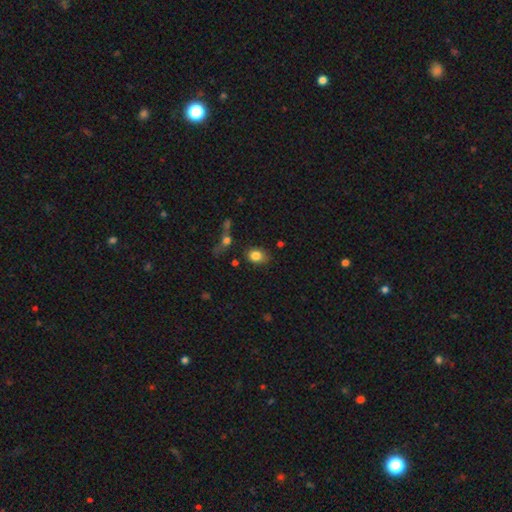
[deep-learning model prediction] smooth 82%, star or artifact 10%, featured or disk 8%. Down the decision tree: how rounded — in between (58%); merging — none (68%).